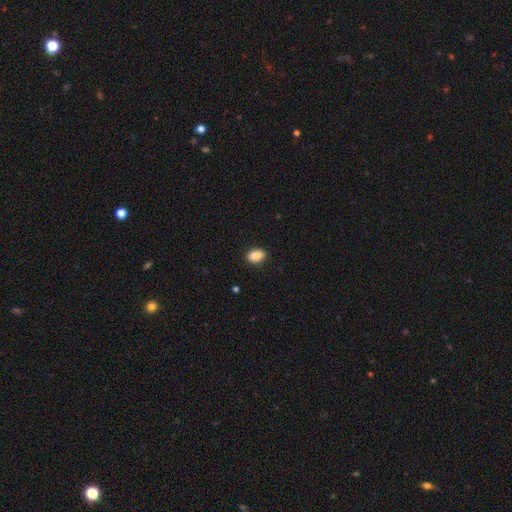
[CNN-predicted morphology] smooth-or-featured: smooth: 88% | star or artifact: 8% | featured or disk: 4%
  how-rounded: in between: 85% | round: 14% | cigar-shaped: 2%
  merging: none: 89% | minor disturbance: 8% | major disturbance: 2% | merger: 1%